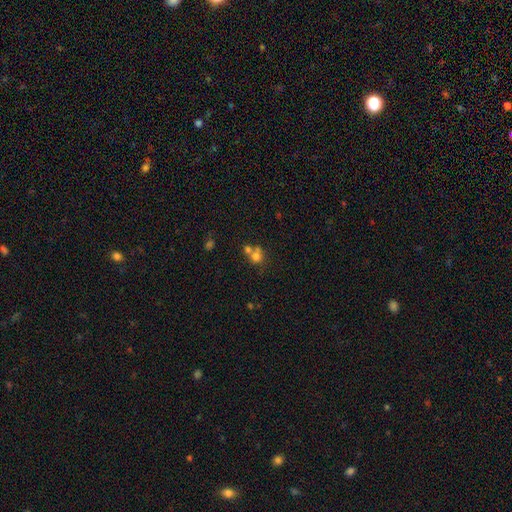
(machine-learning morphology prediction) type=smooth (71%); roundness=round (79%); merging=merger (49%).